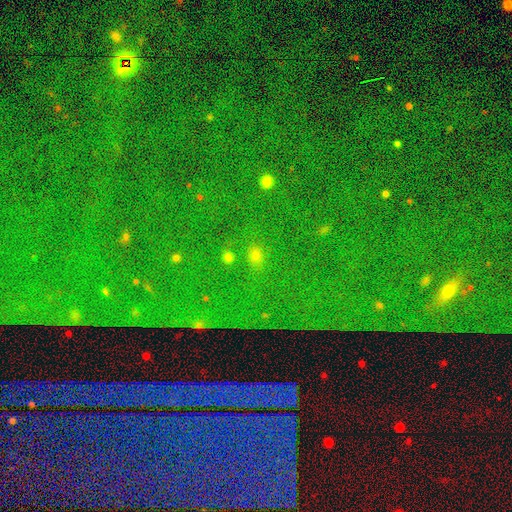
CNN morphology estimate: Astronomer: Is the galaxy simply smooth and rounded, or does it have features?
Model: star or artifact — 77%.